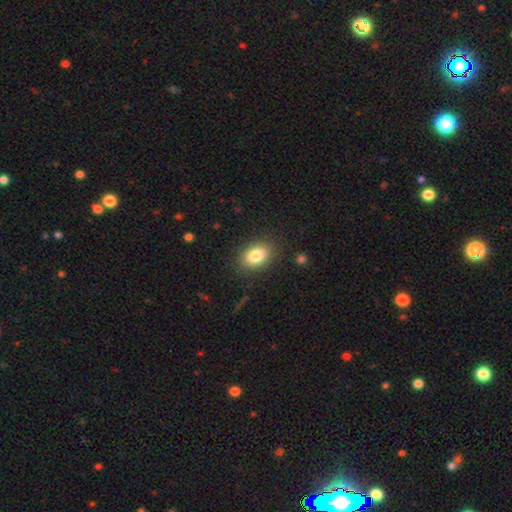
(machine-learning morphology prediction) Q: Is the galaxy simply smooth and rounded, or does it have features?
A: smooth — 83%.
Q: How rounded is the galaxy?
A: in between — 75%.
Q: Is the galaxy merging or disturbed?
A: none — 85%.